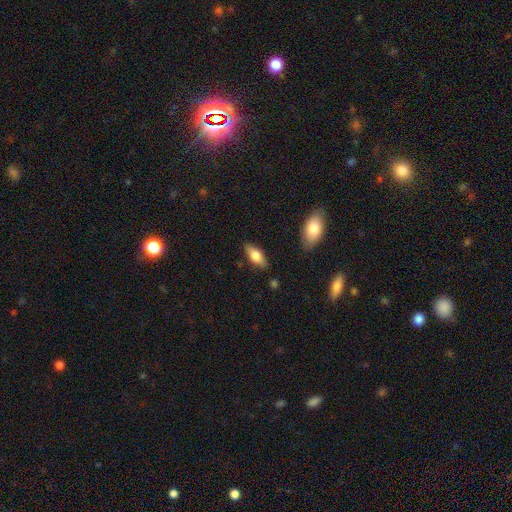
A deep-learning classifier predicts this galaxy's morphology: smooth 70%, featured or disk 24%, star or artifact 6%. Down the decision tree: how rounded — in between (79%); merging — none (84%).